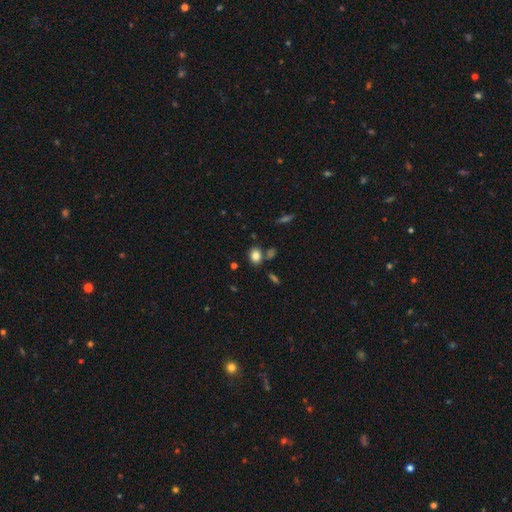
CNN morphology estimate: Smooth or featured? Predicted: smooth (p=0.82). How rounded? Predicted: in between (p=0.54). Merging? Predicted: none (p=0.73).